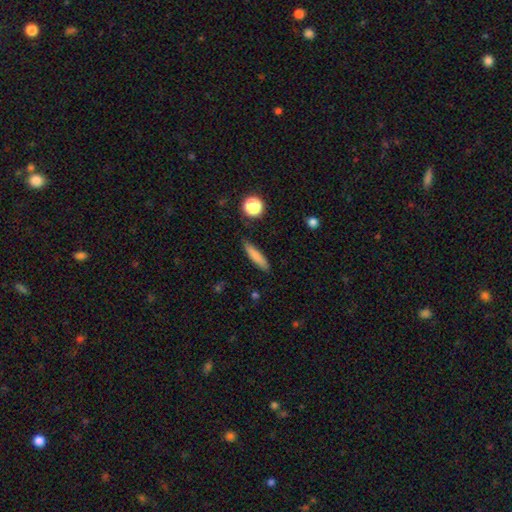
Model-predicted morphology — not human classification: Smooth or featured? Predicted: smooth (p=0.79). How rounded? Predicted: cigar-shaped (p=0.84). Merging? Predicted: none (p=0.85).